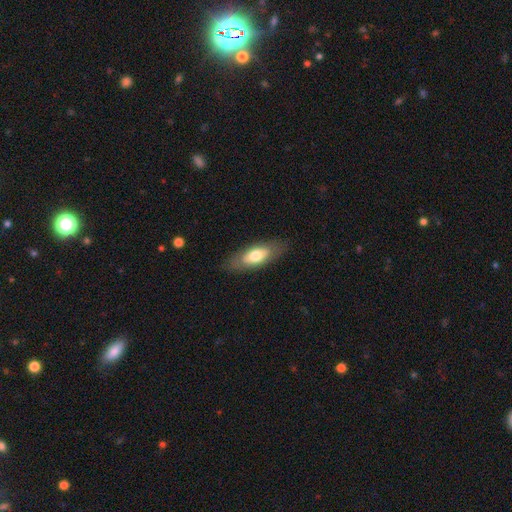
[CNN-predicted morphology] Smooth or featured?
  - smooth: 62% *
  - featured or disk: 32%
  - star or artifact: 6%
How rounded?
  - in between: 75% *
  - cigar-shaped: 22%
  - round: 3%
Merging?
  - none: 82% *
  - minor disturbance: 13%
  - major disturbance: 4%
  - merger: 1%